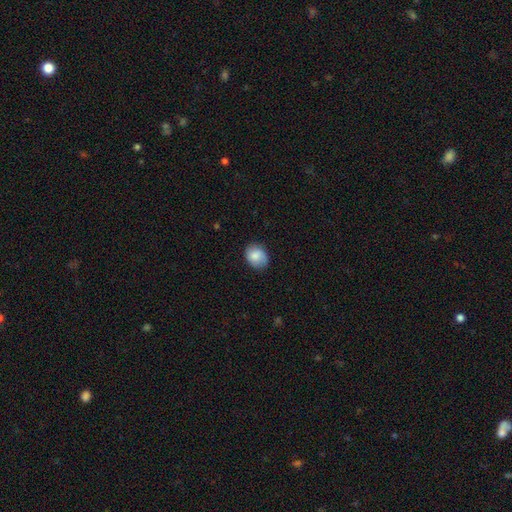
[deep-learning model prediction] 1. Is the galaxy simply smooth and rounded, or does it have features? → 77% smooth, 16% featured or disk, 7% star or artifact.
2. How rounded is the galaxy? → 53% round, 46% in between, 1% cigar-shaped.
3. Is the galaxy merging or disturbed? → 75% none, 19% minor disturbance, 4% major disturbance, 1% merger.